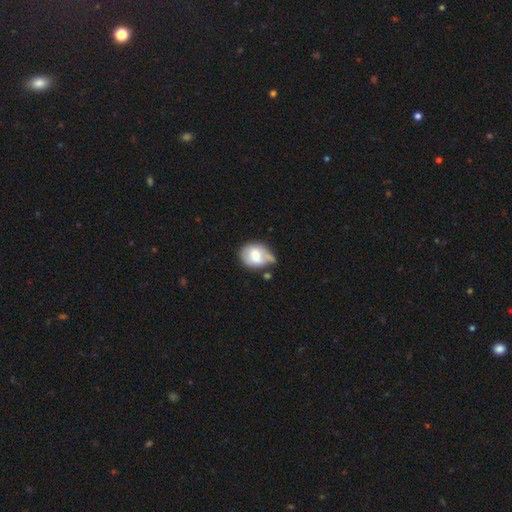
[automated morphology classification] Overall: smooth (67%). How rounded: round (50%; in between 48%). Merging: minor disturbance (35%; none 33%).